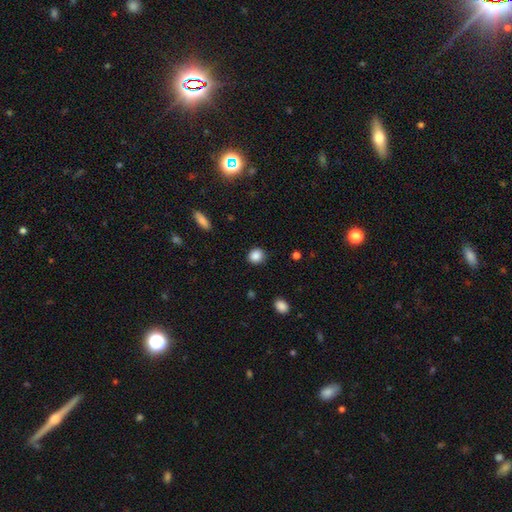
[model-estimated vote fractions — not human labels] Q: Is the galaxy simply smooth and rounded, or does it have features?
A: smooth — 87%.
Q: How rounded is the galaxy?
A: round — 80%.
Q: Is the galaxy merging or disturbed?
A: none — 88%.